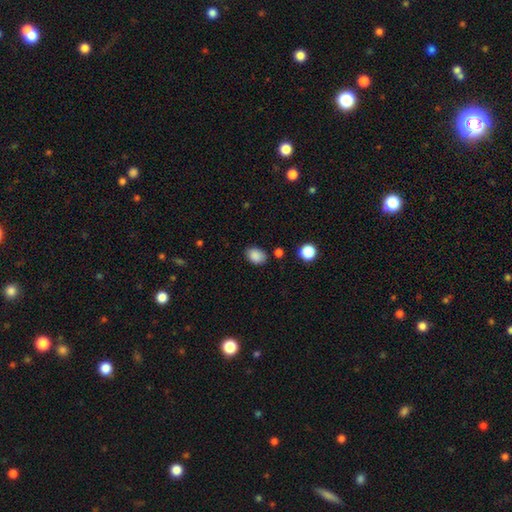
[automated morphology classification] type=smooth (87%); roundness=in between (76%); merging=none (80%).